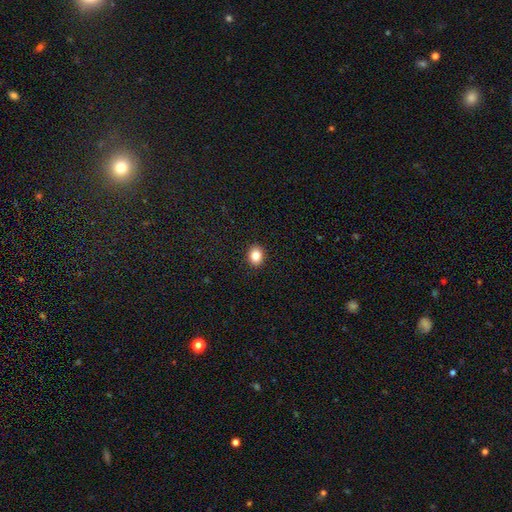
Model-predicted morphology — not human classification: Smooth or featured? Predicted: smooth (p=0.84). How rounded? Predicted: round (p=0.53). Merging? Predicted: none (p=0.92).